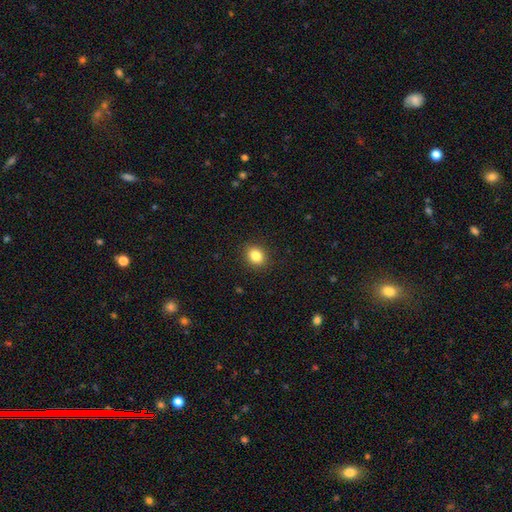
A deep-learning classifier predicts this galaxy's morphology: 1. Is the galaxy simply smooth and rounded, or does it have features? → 84% smooth, 10% star or artifact, 5% featured or disk.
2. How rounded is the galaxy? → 56% round, 43% in between, 1% cigar-shaped.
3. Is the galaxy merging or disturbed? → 90% none, 7% minor disturbance, 2% major disturbance, 1% merger.